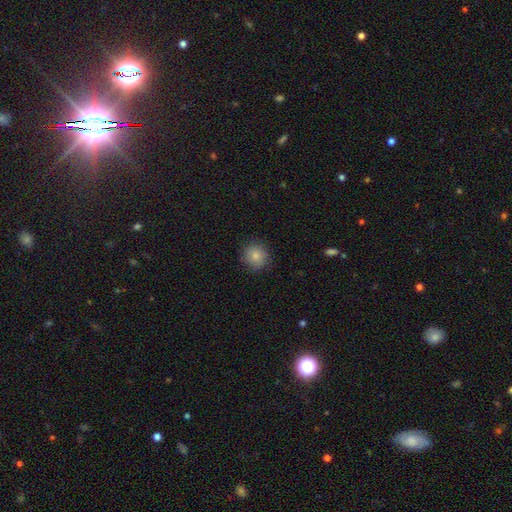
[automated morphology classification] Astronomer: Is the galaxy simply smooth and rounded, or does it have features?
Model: smooth — 84%.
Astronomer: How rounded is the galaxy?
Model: round — 92%.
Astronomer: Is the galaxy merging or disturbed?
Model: none — 85%.